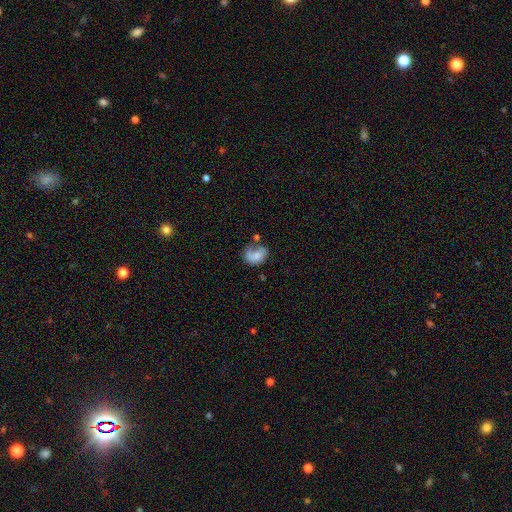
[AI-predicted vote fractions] Q: Smooth or featured?
A: smooth (61%); runner-up: featured or disk (30%)
Q: How rounded?
A: in between (72%); runner-up: round (27%)
Q: Merging?
A: none (32%); runner-up: minor disturbance (26%)